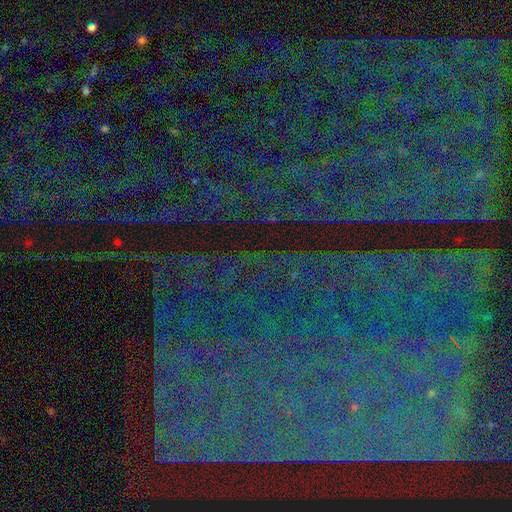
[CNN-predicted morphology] This appears to be a star or artifact, not a galaxy (84%).